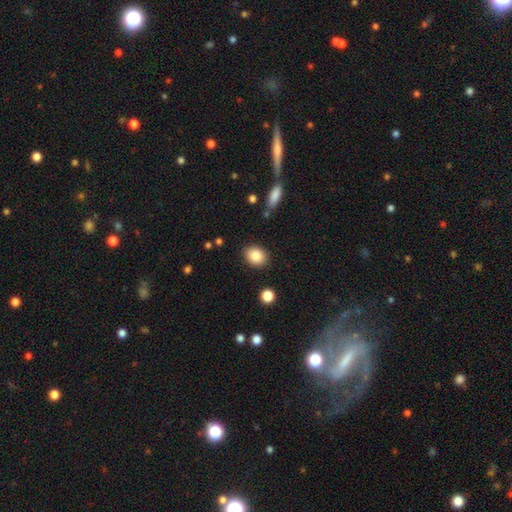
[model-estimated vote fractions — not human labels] A smooth galaxy with no disk features (86%) that is in between round and cigar-shaped (56%). Merging: none (87%).